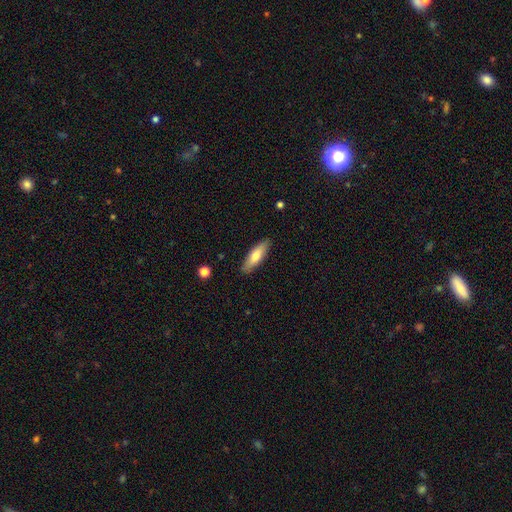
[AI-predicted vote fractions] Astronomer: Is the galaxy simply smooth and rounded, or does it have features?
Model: smooth — 69%.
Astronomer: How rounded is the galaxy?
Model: cigar-shaped — 51% (runner-up: in between, 47%).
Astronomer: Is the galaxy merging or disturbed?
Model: none — 88%.